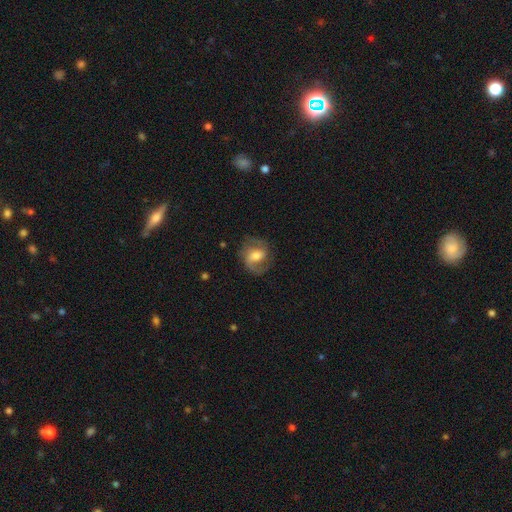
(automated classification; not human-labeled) Overall: featured or disk (72%). Edge-on disk: no (97%). Bar: weak (46%; no 32%). Spiral arms: yes (91%). Spiral arm count: 2 (80%). Spiral winding: medium (50%; loose 28%). Bulge size: moderate (61%; small 23%). Merging: none (72%).